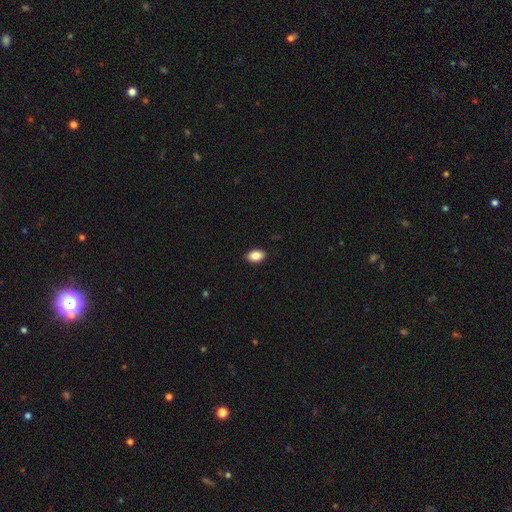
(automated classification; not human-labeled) Smooth or featured? Predicted: smooth (p=0.87). How rounded? Predicted: in between (p=0.90). Merging? Predicted: none (p=0.89).